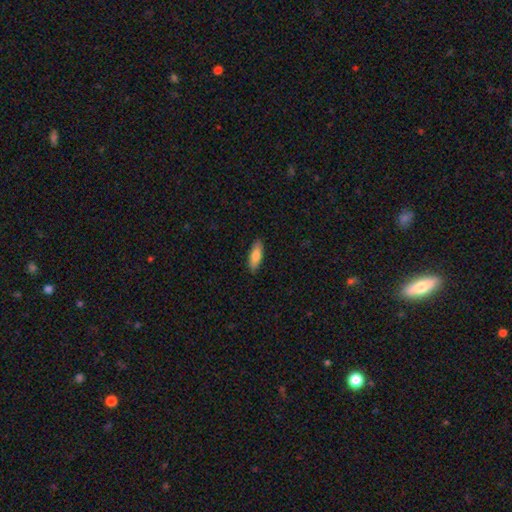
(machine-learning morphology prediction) Smooth or featured?
  - smooth: 81% *
  - featured or disk: 14%
  - star or artifact: 6%
How rounded?
  - in between: 61% *
  - cigar-shaped: 37%
  - round: 2%
Merging?
  - none: 88% *
  - minor disturbance: 9%
  - major disturbance: 2%
  - merger: 1%